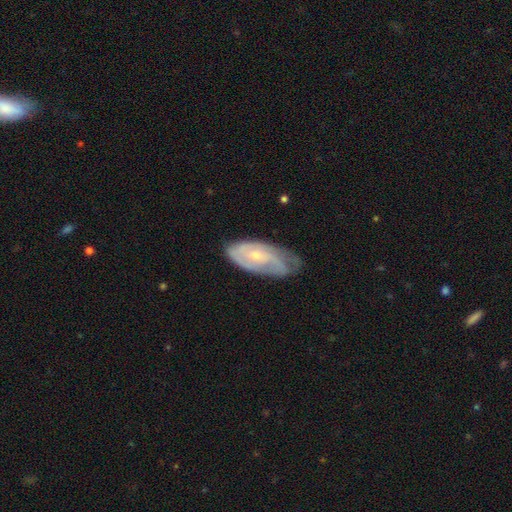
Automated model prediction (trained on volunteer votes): Morphology: type=featured or disk (71%); edge-on=no (91%); bar=no (63%); spiral arms=yes (87%); winding=tight (51%); arm count=2 (40%); bulge=small (66%); merging=none (55%).